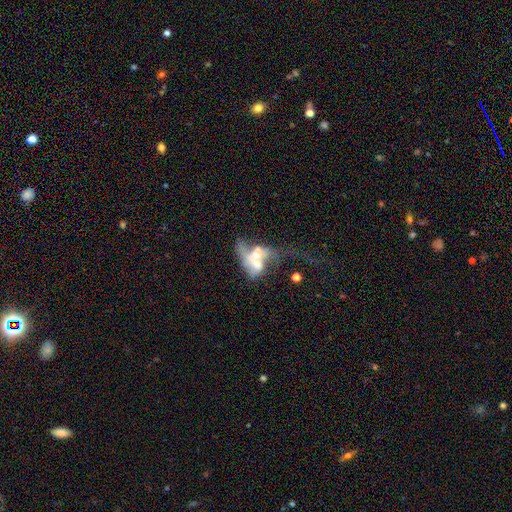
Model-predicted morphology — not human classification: smooth_or_featured: featured or disk (p=0.57) [alt: smooth p=0.33]
disk_edge_on: no (p=0.94) [alt: yes p=0.06]
bar: no (p=0.78) [alt: weak p=0.17]
has_spiral_arms: no (p=0.68) [alt: yes p=0.32]
bulge_size: moderate (p=0.55) [alt: small p=0.22]
merging: merger (p=0.68) [alt: major disturbance p=0.19]